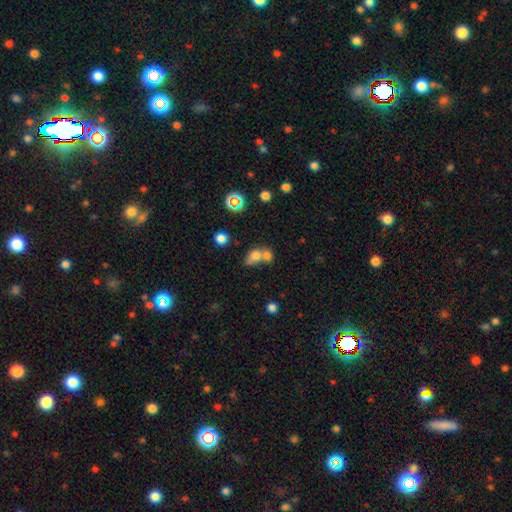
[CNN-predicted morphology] Smooth or featured: smooth — 71% (featured or disk — 15%)
How rounded: in between — 56% (round — 42%)
Merging: merger — 64% (none — 23%)